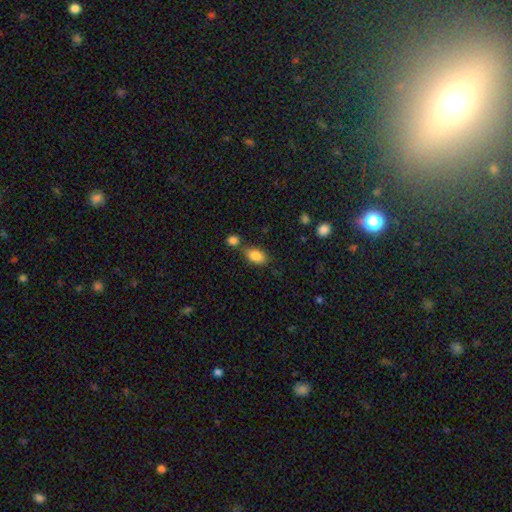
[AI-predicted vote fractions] This is clearly a smooth galaxy (85%). How rounded: clearly in between (89%). Merging: likely none (66%).